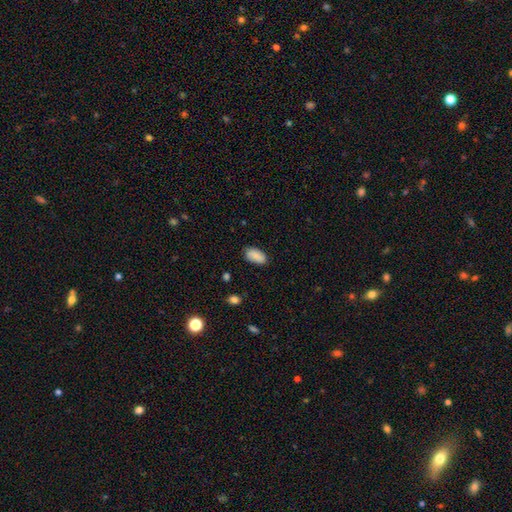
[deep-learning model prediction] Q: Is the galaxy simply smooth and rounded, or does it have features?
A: smooth — 88%.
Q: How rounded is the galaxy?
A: in between — 94%.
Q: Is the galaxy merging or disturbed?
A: none — 82%.